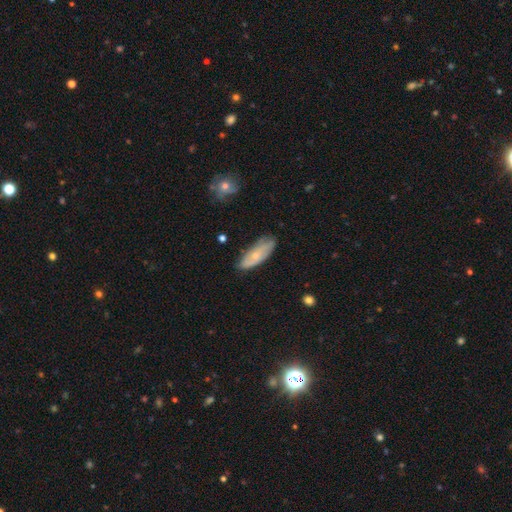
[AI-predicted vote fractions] Q: Smooth or featured?
A: smooth (56%); runner-up: featured or disk (37%)
Q: How rounded?
A: in between (70%); runner-up: cigar-shaped (28%)
Q: Merging?
A: none (71%); runner-up: minor disturbance (23%)